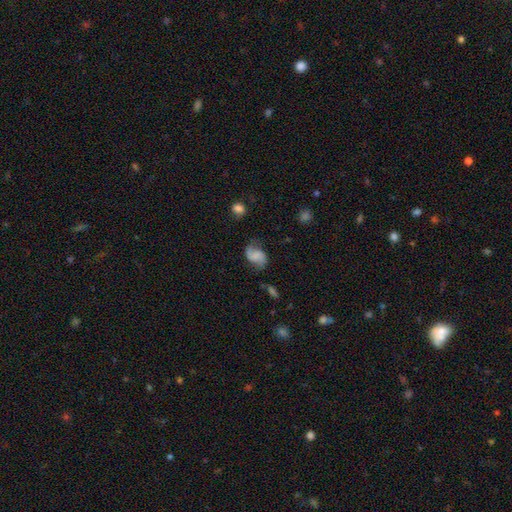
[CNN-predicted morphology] Smooth or featured: featured or disk — 63% (smooth — 28%)
Edge-on disk: no — 98% (yes — 2%)
Bar: no — 49% (weak — 36%)
Spiral arms: yes — 92% (no — 8%)
Spiral winding: loose — 58% (medium — 32%)
Spiral arm count: 2 — 89% (1 — 5%)
Bulge size: none — 62% (small — 17%)
Merging: none — 64% (minor disturbance — 22%)